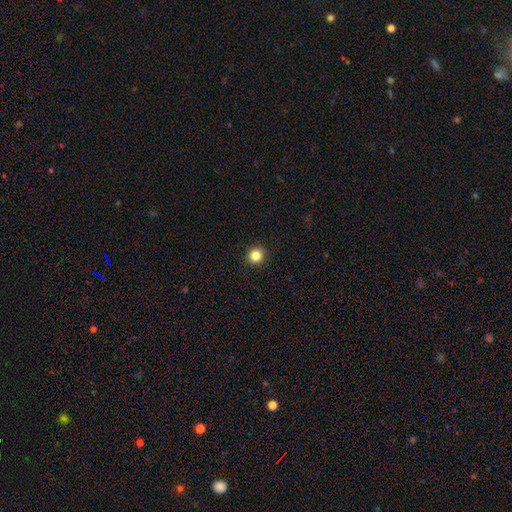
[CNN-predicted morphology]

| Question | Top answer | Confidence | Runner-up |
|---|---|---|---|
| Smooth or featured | smooth | 84% | star or artifact (12%) |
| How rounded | round | 91% | in between (8%) |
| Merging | none | 93% | minor disturbance (5%) |